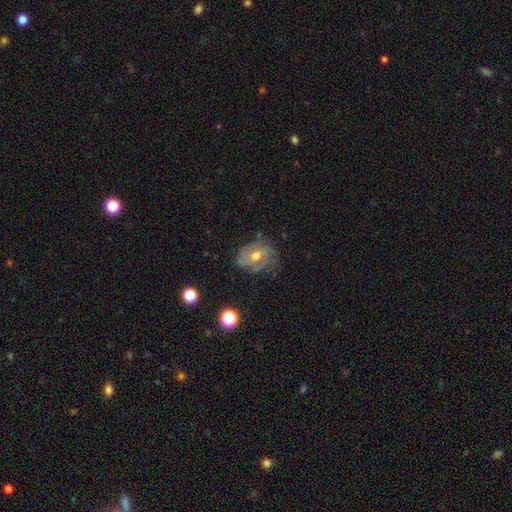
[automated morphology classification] A featured or disk galaxy (69%) with no bar (50%), tight (41%) spiral arms (83%) and a moderate central bulge (69%).

Vote fractions:
- Smooth or featured? featured or disk: 69% / smooth: 22% / star or artifact: 9%
- Edge-on disk? no: 96% / yes: 4%
- Bar? no: 50% / weak: 39% / strong: 11%
- Spiral arms? yes: 83% / no: 17%
- Spiral winding? tight: 41% / medium: 40% / loose: 19%
- Spiral arm count? can't tell: 35% / 2: 28% / 3: 21% / 4: 6% / 1: 6% / more than 4: 4%
- Bulge size? moderate: 69% / small: 25% / large: 4% / none: 1% / dominant: 1%
- Merging? none: 60% / minor disturbance: 25% / major disturbance: 13% / merger: 2%